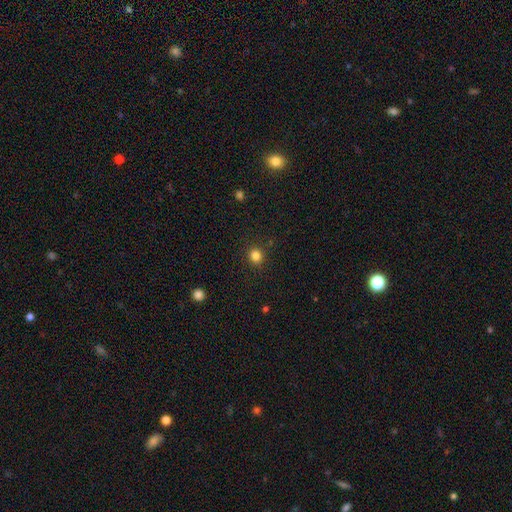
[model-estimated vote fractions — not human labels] smooth-or-featured: smooth: 83% | star or artifact: 13% | featured or disk: 4%
  how-rounded: round: 80% | in between: 20% | cigar-shaped: 1%
  merging: none: 90% | minor disturbance: 7% | major disturbance: 2% | merger: 1%